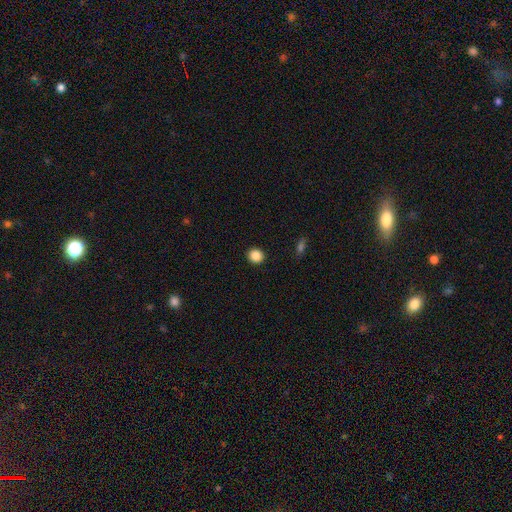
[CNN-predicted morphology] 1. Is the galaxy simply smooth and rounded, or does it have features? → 86% smooth, 10% star or artifact, 4% featured or disk.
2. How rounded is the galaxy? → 90% round, 9% in between, 1% cigar-shaped.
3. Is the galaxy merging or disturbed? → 93% none, 5% minor disturbance, 2% major disturbance, 1% merger.